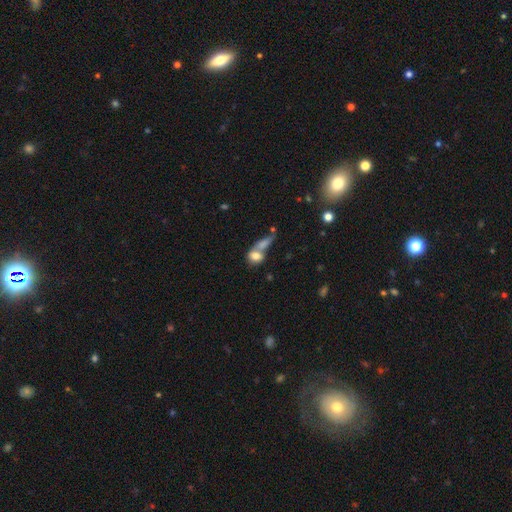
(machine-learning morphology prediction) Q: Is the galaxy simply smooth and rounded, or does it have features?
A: smooth — 75%.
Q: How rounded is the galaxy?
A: in between — 57%.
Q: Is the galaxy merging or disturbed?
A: merger — 57%.